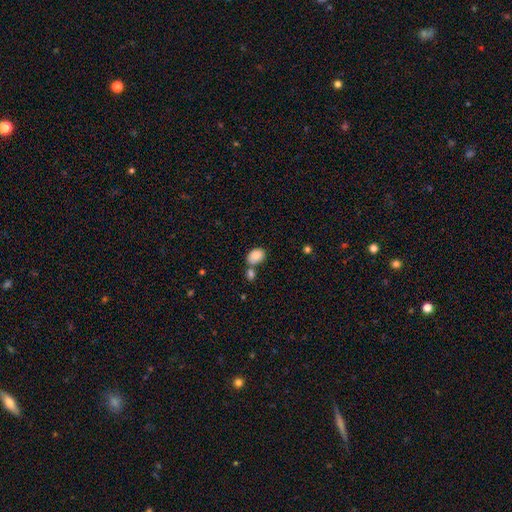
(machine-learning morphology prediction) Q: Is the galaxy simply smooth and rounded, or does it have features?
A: smooth — 86%.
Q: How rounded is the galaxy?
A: in between — 80%.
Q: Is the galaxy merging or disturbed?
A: none — 51%.